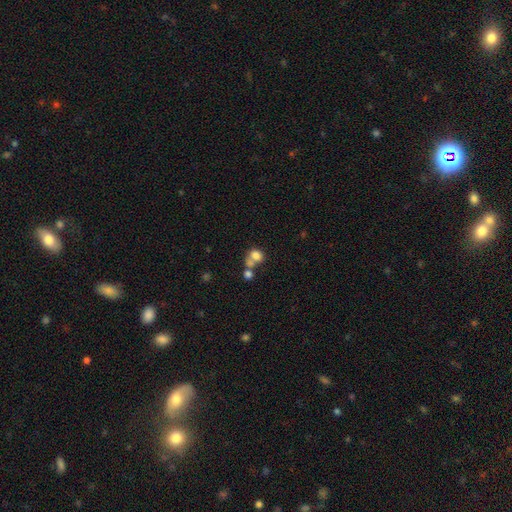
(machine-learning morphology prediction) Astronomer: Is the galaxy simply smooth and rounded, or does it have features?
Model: smooth — 75%.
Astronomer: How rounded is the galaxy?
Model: round — 58% (runner-up: in between, 41%).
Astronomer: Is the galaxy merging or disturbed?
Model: merger — 51% (runner-up: none, 31%).